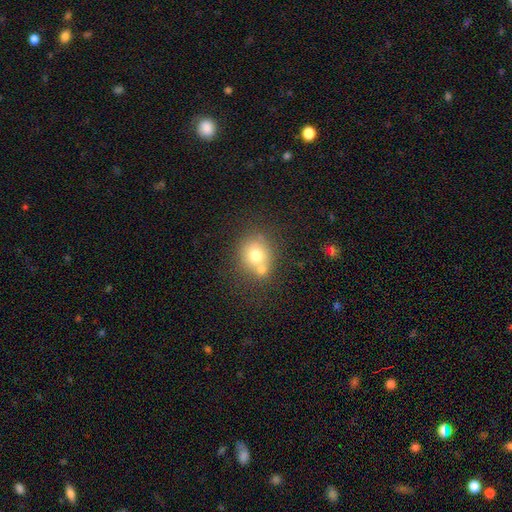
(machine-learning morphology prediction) Smooth or featured?
  - smooth: 70% *
  - featured or disk: 19%
  - star or artifact: 12%
How rounded?
  - round: 79% *
  - in between: 20%
  - cigar-shaped: 1%
Merging?
  - none: 50% *
  - merger: 35%
  - minor disturbance: 11%
  - major disturbance: 4%